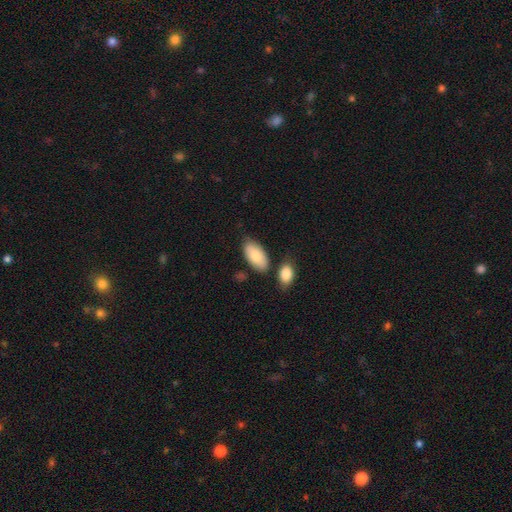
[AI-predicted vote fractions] Smooth or featured?
  - smooth: 83% *
  - featured or disk: 11%
  - star or artifact: 5%
How rounded?
  - in between: 94% *
  - cigar-shaped: 4%
  - round: 2%
Merging?
  - none: 72% *
  - minor disturbance: 15%
  - merger: 10%
  - major disturbance: 3%